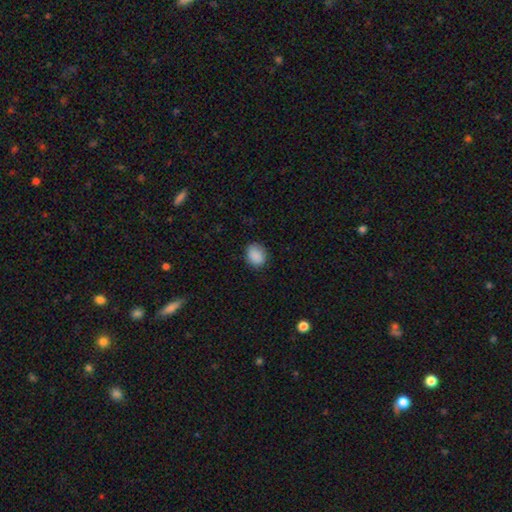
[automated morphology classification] A smooth galaxy with no disk features (88%) that is round (63%).

Vote fractions:
- Smooth or featured? smooth: 88% / star or artifact: 8% / featured or disk: 3%
- How rounded? round: 63% / in between: 36% / cigar-shaped: 1%
- Merging? none: 84% / minor disturbance: 12% / major disturbance: 3% / merger: 1%